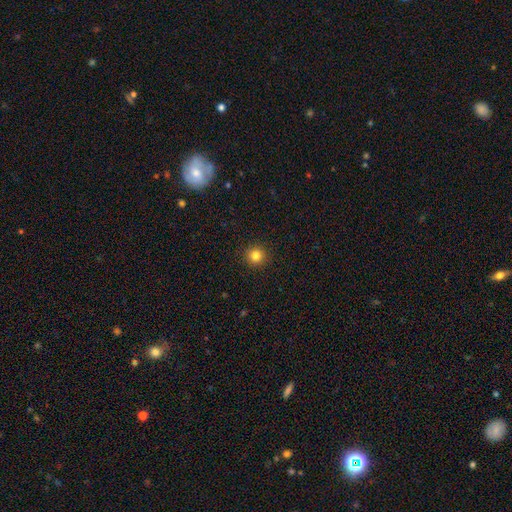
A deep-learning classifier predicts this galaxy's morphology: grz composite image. It shows a smooth galaxy with no disk features (83%) that is round (95%). Merging: none (93%).